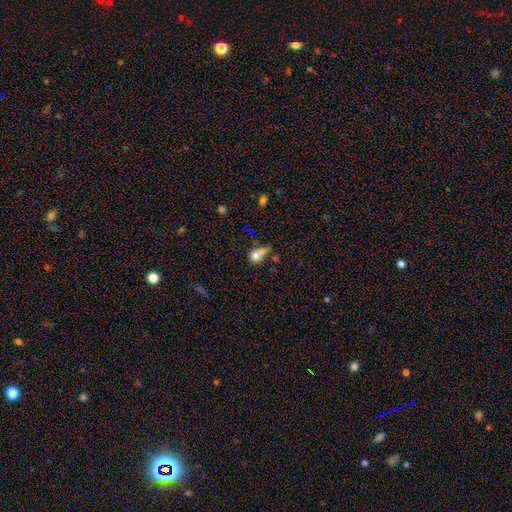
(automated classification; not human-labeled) smooth_or_featured: smooth (p=0.70) [alt: featured or disk p=0.16]
how_rounded: round (p=0.59) [alt: in between p=0.37]
merging: merger (p=0.38) [alt: none p=0.29]